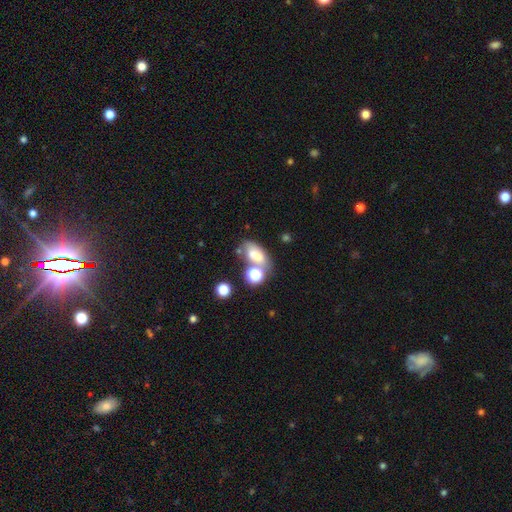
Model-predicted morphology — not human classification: smooth-or-featured: smooth: 67% | featured or disk: 18% | star or artifact: 15%
  how-rounded: in between: 80% | round: 15% | cigar-shaped: 5%
  merging: none: 42% | merger: 32% | minor disturbance: 16% | major disturbance: 10%